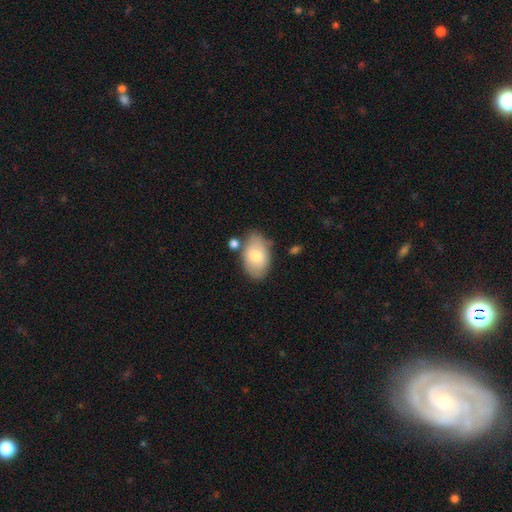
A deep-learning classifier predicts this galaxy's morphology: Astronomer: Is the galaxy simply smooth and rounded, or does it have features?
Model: smooth — 71%.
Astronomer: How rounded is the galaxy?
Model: in between — 90%.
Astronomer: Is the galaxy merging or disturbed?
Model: none — 68%.